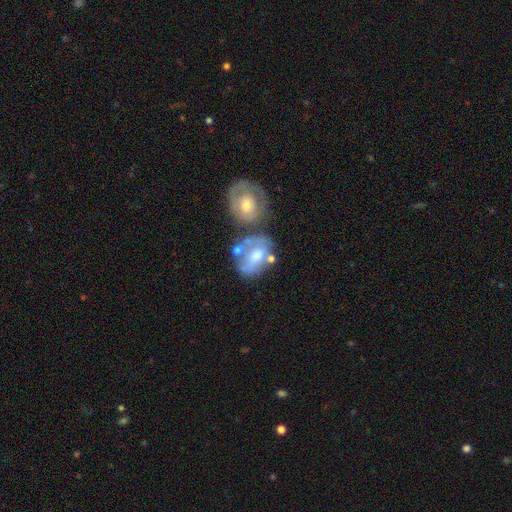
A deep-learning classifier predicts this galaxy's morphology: Q: Smooth or featured?
A: featured or disk (51%); runner-up: smooth (42%)
Q: Edge-on disk?
A: no (95%); runner-up: yes (5%)
Q: Merging?
A: none (37%); runner-up: merger (29%)